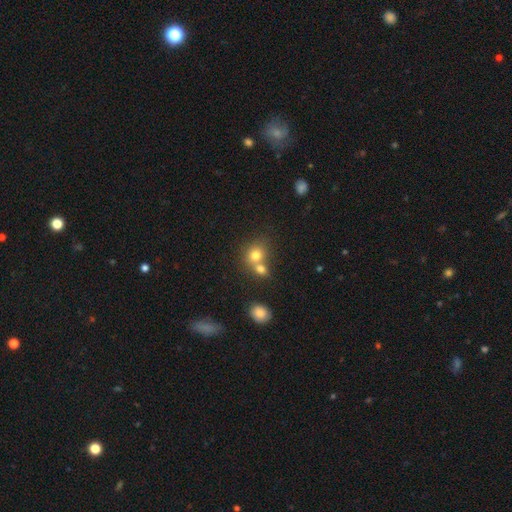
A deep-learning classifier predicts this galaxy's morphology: Smooth or featured?
  - smooth: 76% *
  - star or artifact: 12%
  - featured or disk: 12%
How rounded?
  - round: 73% *
  - in between: 26%
  - cigar-shaped: 1%
Merging?
  - merger: 50% *
  - none: 40%
  - minor disturbance: 8%
  - major disturbance: 3%